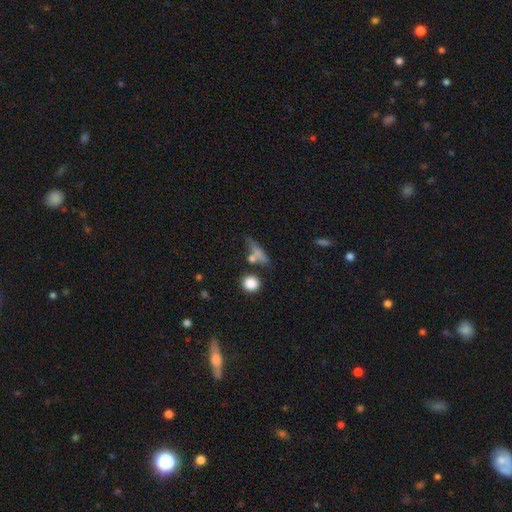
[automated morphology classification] This appears to be a smooth galaxy with no disk features (66%) that is cigar-shaped (45%). Merging: none (51%).